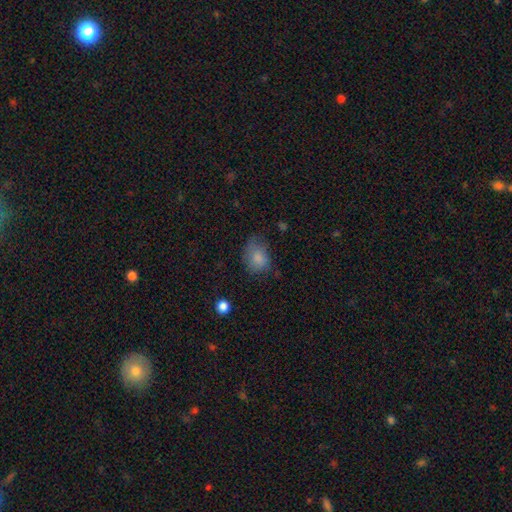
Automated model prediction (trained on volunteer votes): Smooth or featured?
  - smooth: 81% *
  - featured or disk: 10%
  - star or artifact: 10%
How rounded?
  - in between: 58% *
  - round: 41%
  - cigar-shaped: 1%
Merging?
  - none: 51% *
  - minor disturbance: 33%
  - major disturbance: 14%
  - merger: 2%